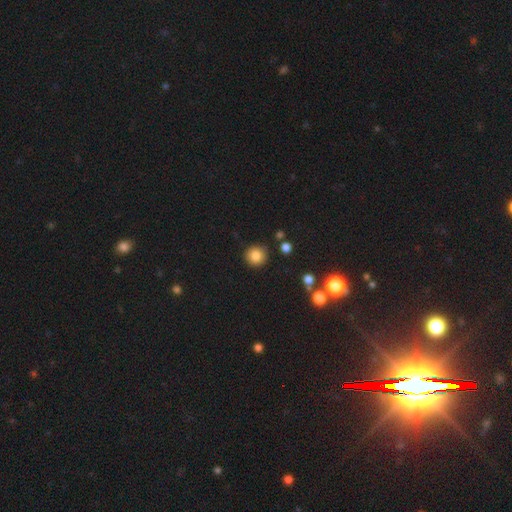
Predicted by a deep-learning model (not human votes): This is clearly a smooth galaxy (83%). How rounded: clearly round (92%). Merging: clearly none (86%).